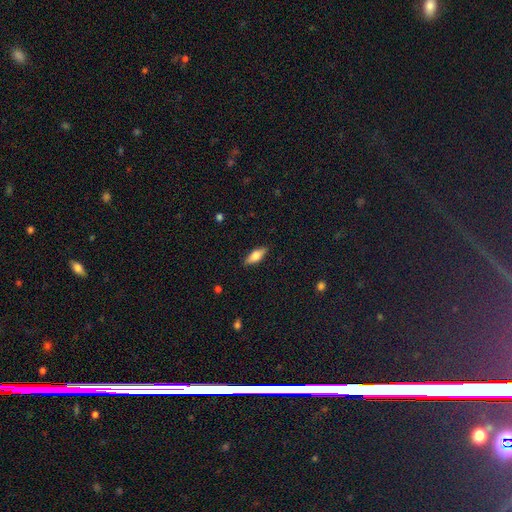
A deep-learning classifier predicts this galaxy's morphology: Overall: smooth (64%; featured or disk 29%). How rounded: in between (68%; cigar-shaped 29%). Merging: none (86%).